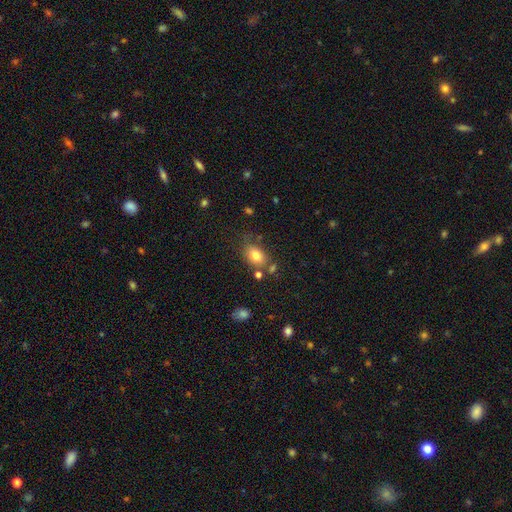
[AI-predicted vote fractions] The model was most divided on "merging": none: 66%, minor disturbance: 17%, merger: 11%, major disturbance: 5%. More confident: smooth or featured — smooth (79%); how rounded — in between (78%).